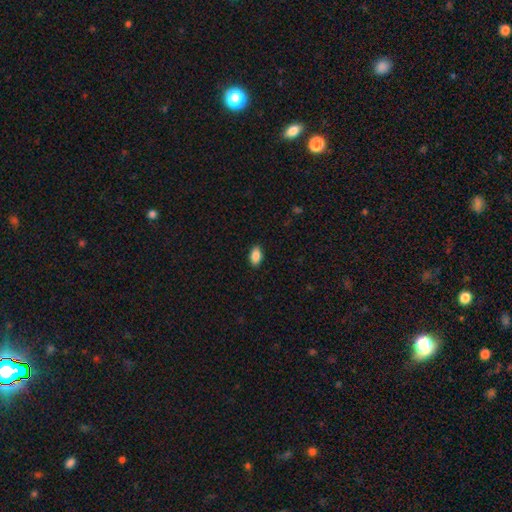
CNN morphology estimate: This is clearly a smooth galaxy (88%). How rounded: clearly in between (93%). Merging: clearly none (89%).